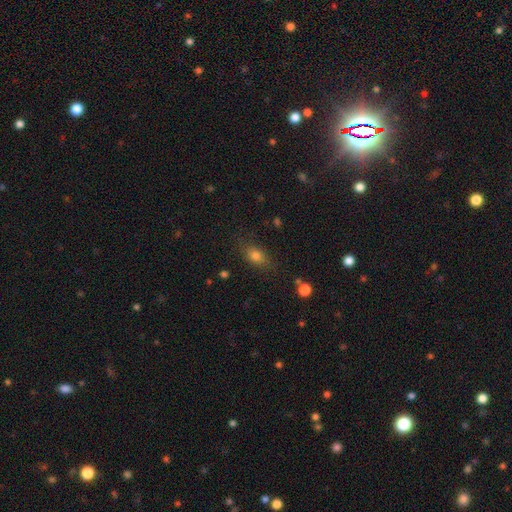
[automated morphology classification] smooth 75%, star or artifact 13%, featured or disk 12%. Down the decision tree: how rounded — in between (75%); merging — none (78%).